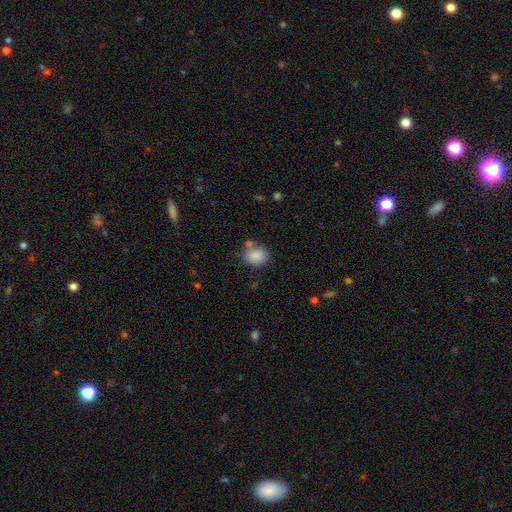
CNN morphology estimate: Smooth or featured? smooth (86%)
How rounded? round (60%)
Merging? none (64%)